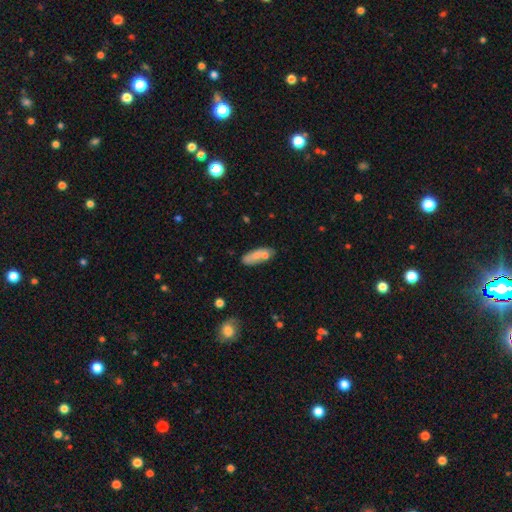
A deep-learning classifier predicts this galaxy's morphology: Smooth or featured: smooth — 69% (featured or disk — 23%)
How rounded: in between — 67% (cigar-shaped — 29%)
Merging: none — 52% (merger — 22%)